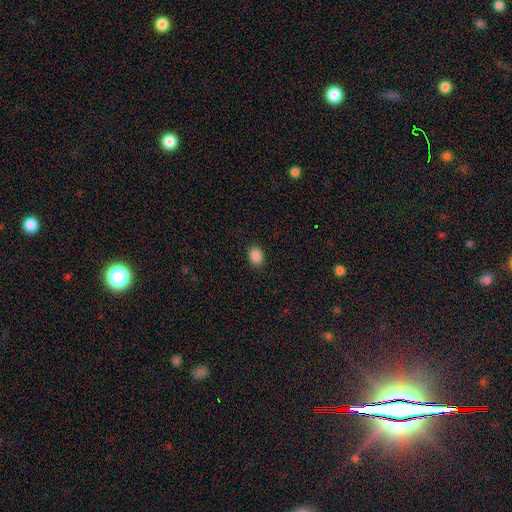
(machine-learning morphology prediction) A smooth galaxy with no disk features (88%) that is in between round and cigar-shaped (64%).

Vote fractions:
- Smooth or featured? smooth: 88% / star or artifact: 9% / featured or disk: 3%
- How rounded? in between: 64% / round: 35% / cigar-shaped: 1%
- Merging? none: 90% / minor disturbance: 7% / major disturbance: 2% / merger: 1%